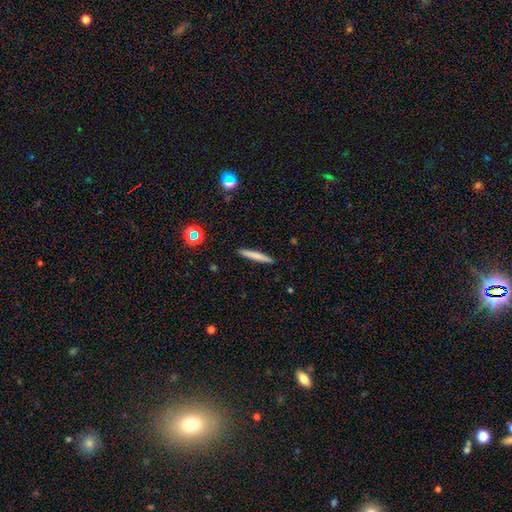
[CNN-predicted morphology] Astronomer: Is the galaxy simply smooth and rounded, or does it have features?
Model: smooth — 74%.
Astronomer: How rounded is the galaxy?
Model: cigar-shaped — 95%.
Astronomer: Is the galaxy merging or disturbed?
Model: none — 91%.